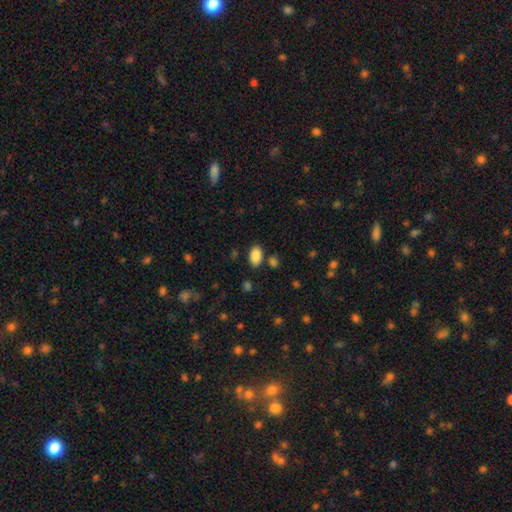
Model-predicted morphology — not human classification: This is clearly a smooth galaxy (88%). How rounded: clearly in between (93%). Merging: clearly none (82%).